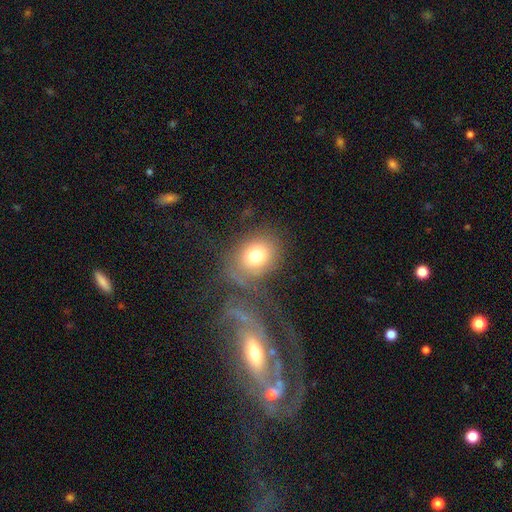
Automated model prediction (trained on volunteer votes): A smooth galaxy with no disk features (72%) that is round (56%). Merging: none (53%).